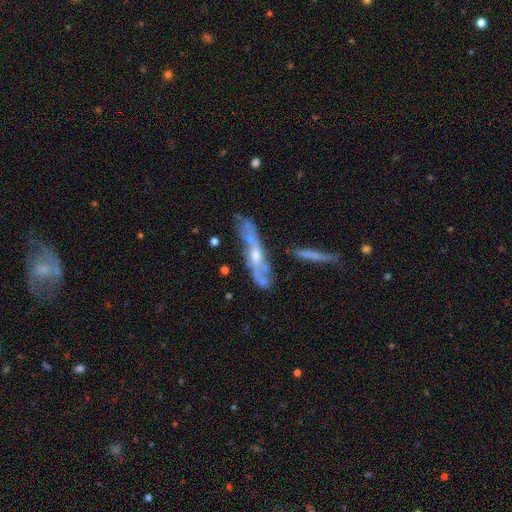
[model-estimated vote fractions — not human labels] A featured or disk galaxy (68%). Merging: none (51%).